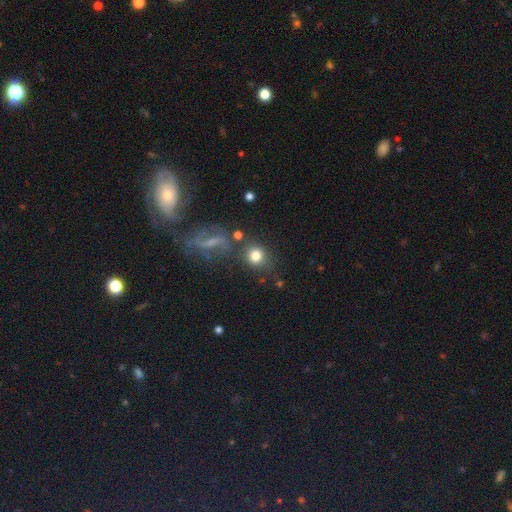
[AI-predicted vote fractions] smooth 76%, star or artifact 13%, featured or disk 11%. Down the decision tree: how rounded — round (80%); merging — none (69%).